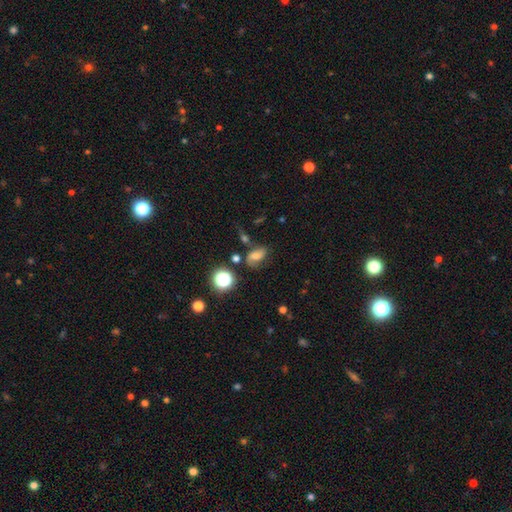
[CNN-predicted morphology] Smooth or featured? Predicted: smooth (p=0.47). Merging? Predicted: none (p=0.56).